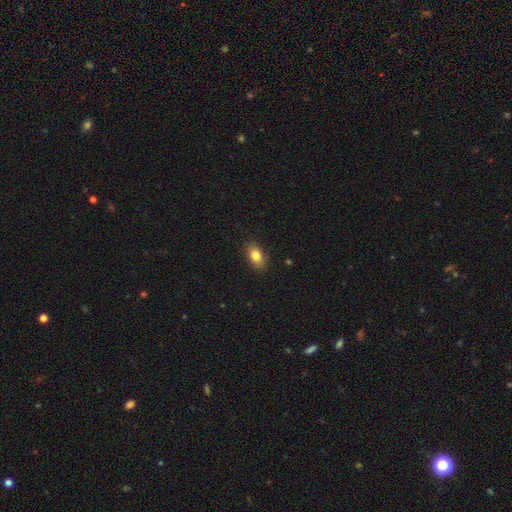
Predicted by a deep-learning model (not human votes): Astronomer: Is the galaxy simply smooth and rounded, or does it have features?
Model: smooth — 83%.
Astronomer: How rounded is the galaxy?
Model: in between — 89%.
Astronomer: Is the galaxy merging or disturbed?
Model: none — 87%.